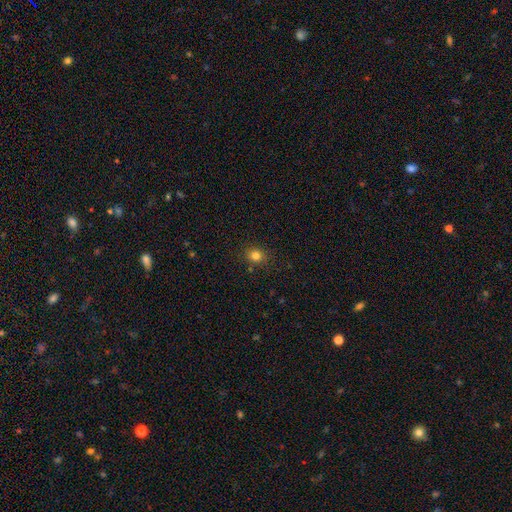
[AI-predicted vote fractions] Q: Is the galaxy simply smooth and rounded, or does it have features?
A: smooth — 81%.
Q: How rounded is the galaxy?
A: round — 74%.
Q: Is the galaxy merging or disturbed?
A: none — 86%.